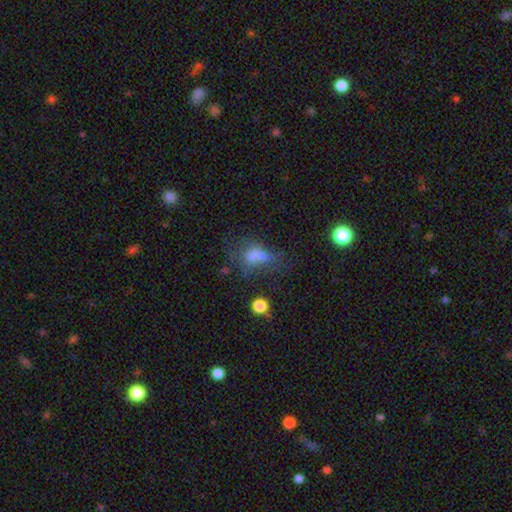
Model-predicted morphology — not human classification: Smooth or featured: smooth — 56% (featured or disk — 26%)
How rounded: in between — 65% (round — 32%)
Merging: major disturbance — 29% (merger — 28%)